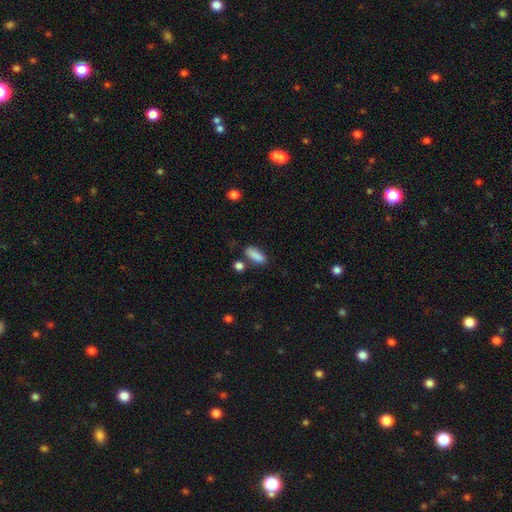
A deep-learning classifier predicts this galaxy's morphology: smooth 87%, star or artifact 8%, featured or disk 5%. Down the decision tree: how rounded — in between (64%); merging — none (73%).